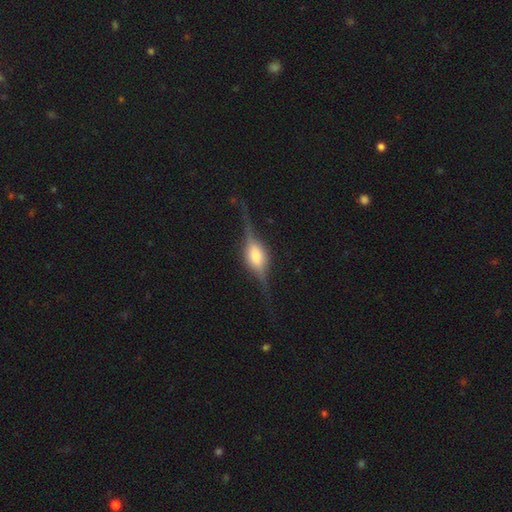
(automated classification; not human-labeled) Q: Smooth or featured?
A: featured or disk (79%); runner-up: smooth (15%)
Q: Edge-on disk?
A: yes (96%); runner-up: no (4%)
Q: Edge-on bulge?
A: rounded (76%); runner-up: boxy (21%)
Q: Merging?
A: none (75%); runner-up: minor disturbance (17%)